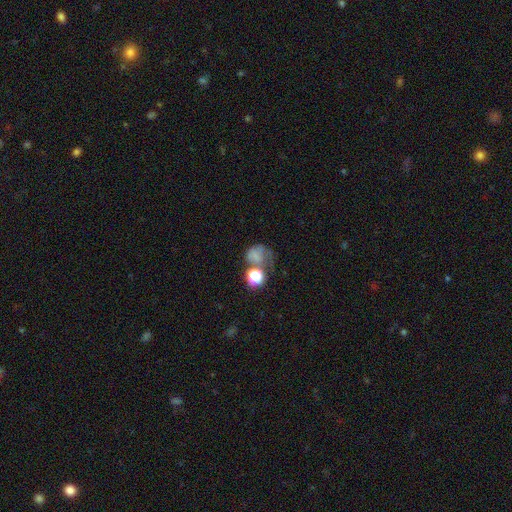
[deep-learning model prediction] smooth_or_featured: smooth (p=0.57) [alt: star or artifact p=0.22]
how_rounded: round (p=0.64) [alt: in between p=0.35]
merging: none (p=0.32) [alt: major disturbance p=0.28]